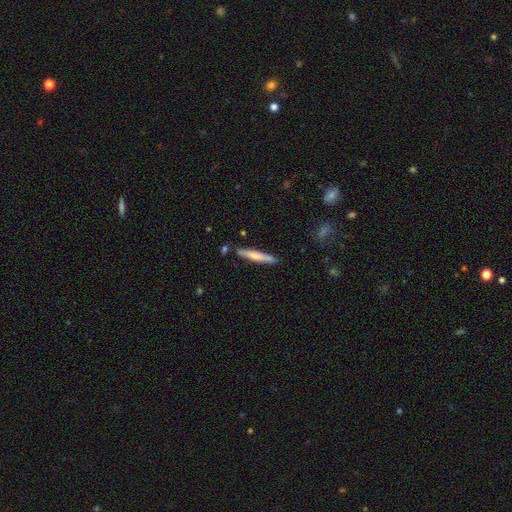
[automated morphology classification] Q: Smooth or featured?
A: smooth (66%); runner-up: featured or disk (29%)
Q: How rounded?
A: cigar-shaped (93%); runner-up: in between (6%)
Q: Merging?
A: none (81%); runner-up: minor disturbance (13%)